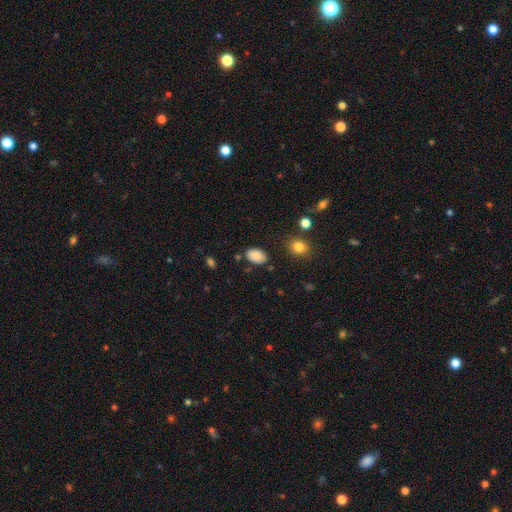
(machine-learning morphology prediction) Overall: smooth (87%). How rounded: in between (86%). Merging: none (81%).